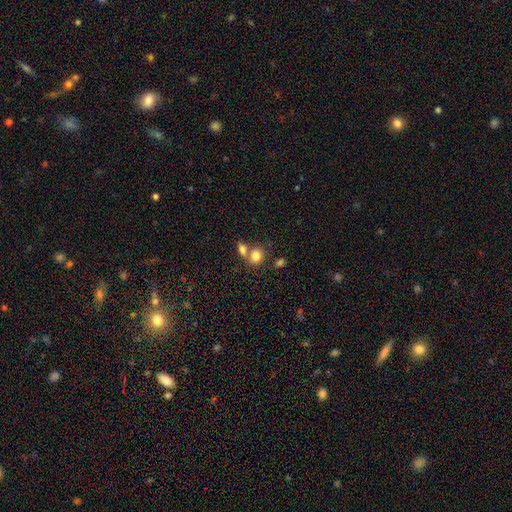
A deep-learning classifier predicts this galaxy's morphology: This is clearly a smooth galaxy (81%). How rounded: possibly round (54%). Merging: marginally none (44%).